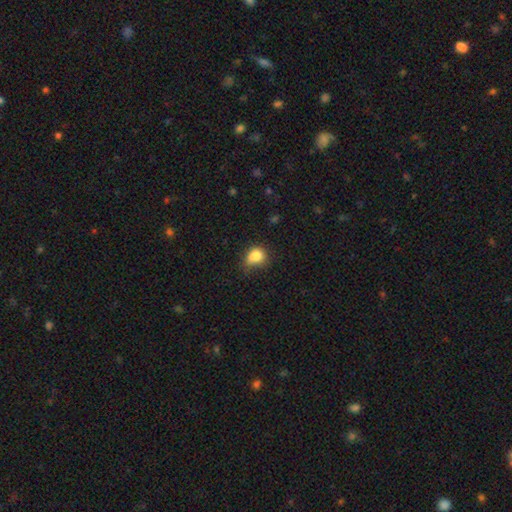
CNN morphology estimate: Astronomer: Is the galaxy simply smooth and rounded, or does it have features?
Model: smooth — 82%.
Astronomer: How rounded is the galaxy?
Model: round — 53% (runner-up: in between, 46%).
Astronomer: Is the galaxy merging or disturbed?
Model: none — 39% (runner-up: minor disturbance, 37%).